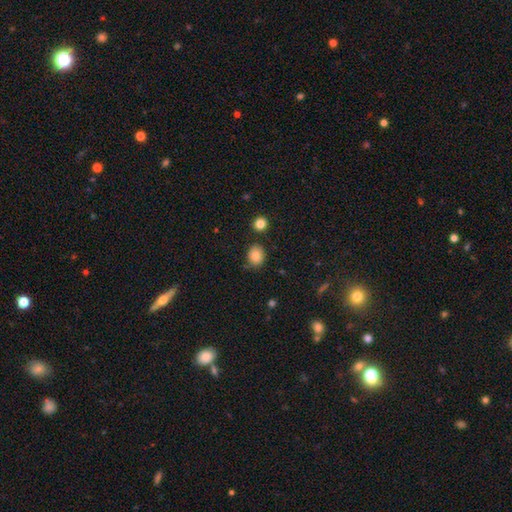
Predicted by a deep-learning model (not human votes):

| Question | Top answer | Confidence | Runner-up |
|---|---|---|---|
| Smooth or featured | smooth | 84% | star or artifact (10%) |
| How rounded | round | 56% | in between (43%) |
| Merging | none | 78% | minor disturbance (14%) |